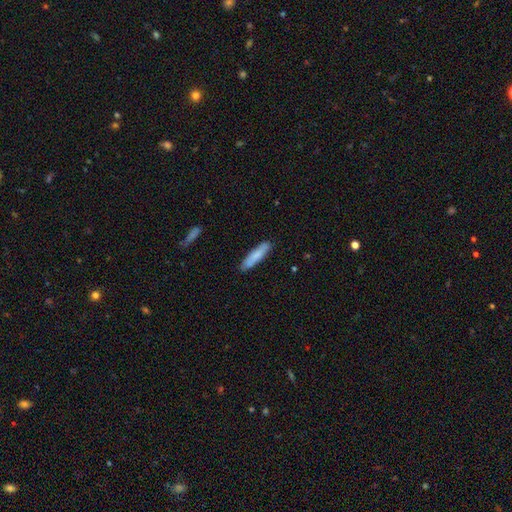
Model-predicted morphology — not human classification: smooth 79%, featured or disk 15%, star or artifact 5%. Down the decision tree: how rounded — cigar-shaped (81%); merging — none (88%).